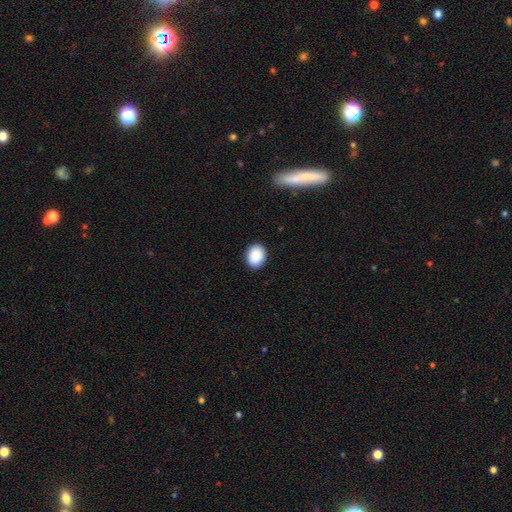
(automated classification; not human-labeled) smooth 90%, star or artifact 7%, featured or disk 3%. Down the decision tree: how rounded — in between (61%); merging — none (89%).